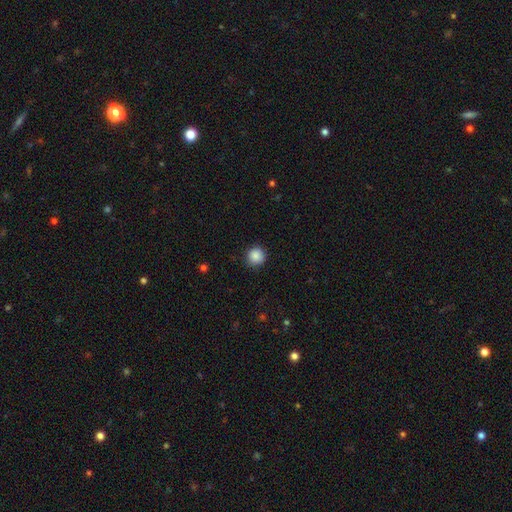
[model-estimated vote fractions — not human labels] Morphology: type=smooth (88%); roundness=round (94%); merging=none (88%).